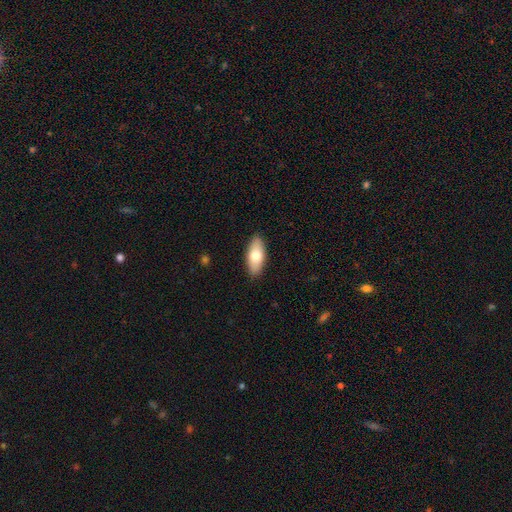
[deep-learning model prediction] Morphology: type=smooth (74%); roundness=in between (82%); merging=none (89%).